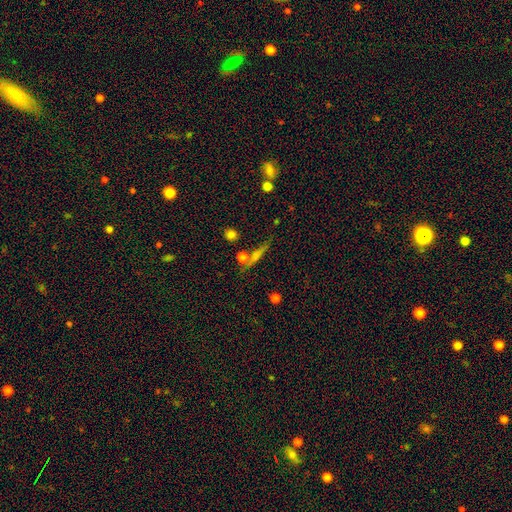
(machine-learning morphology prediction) This appears to be a smooth galaxy with no disk features (46%). Merging: none (73%).